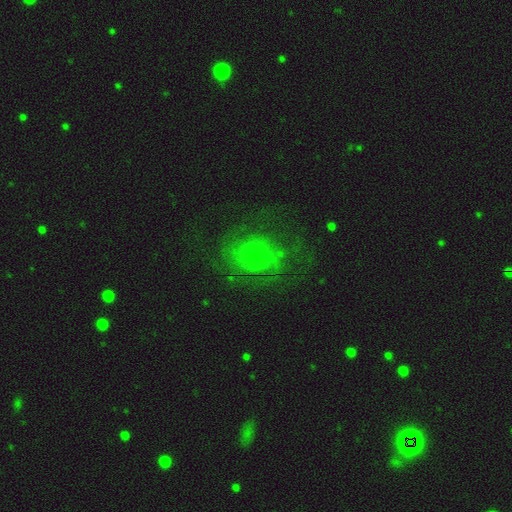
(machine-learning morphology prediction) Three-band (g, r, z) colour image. It shows a smooth galaxy with no disk features (46%). Merging: none (65%).